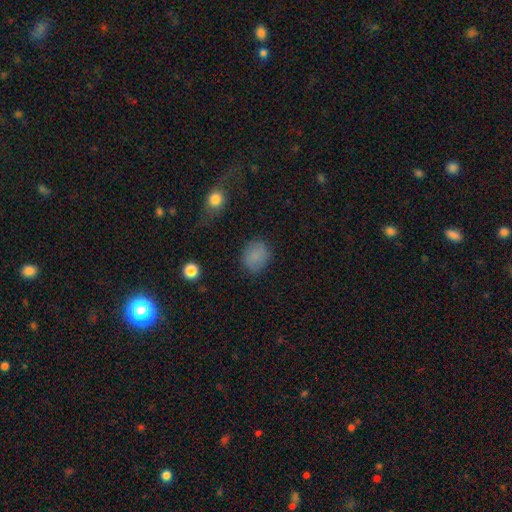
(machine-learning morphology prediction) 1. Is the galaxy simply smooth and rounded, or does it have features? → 83% smooth, 11% star or artifact, 7% featured or disk.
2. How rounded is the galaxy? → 57% round, 41% in between, 1% cigar-shaped.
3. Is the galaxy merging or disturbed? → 83% none, 12% minor disturbance, 4% major disturbance, 2% merger.